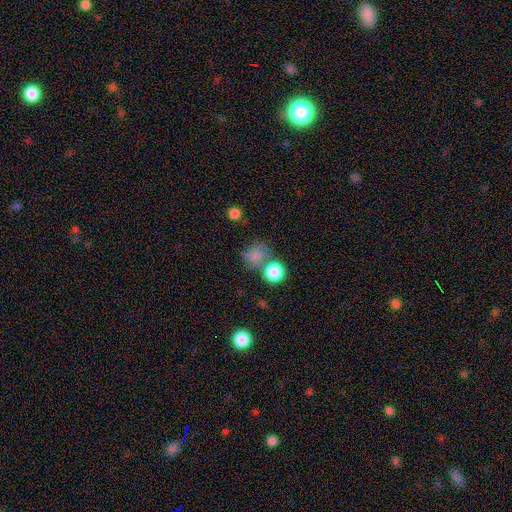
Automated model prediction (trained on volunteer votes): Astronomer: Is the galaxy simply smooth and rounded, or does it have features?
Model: smooth — 77%.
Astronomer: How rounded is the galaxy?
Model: round — 72%.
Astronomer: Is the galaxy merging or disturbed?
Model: none — 50% (runner-up: merger, 25%).